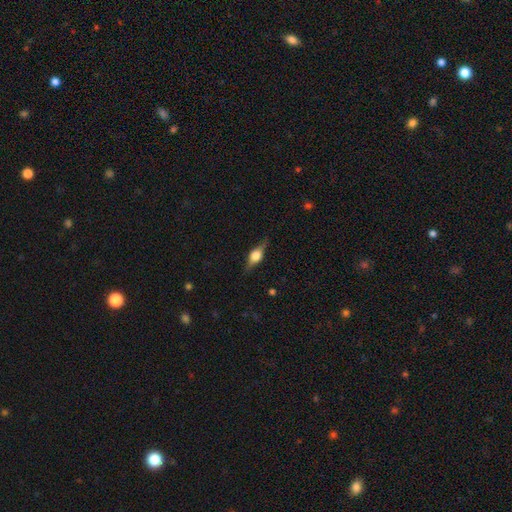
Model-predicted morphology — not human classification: smooth_or_featured: featured or disk (p=0.60) [alt: smooth p=0.32]
disk_edge_on: yes (p=0.95) [alt: no p=0.05]
edge_on_bulge: rounded (p=0.90) [alt: boxy p=0.08]
merging: none (p=0.81) [alt: minor disturbance p=0.14]